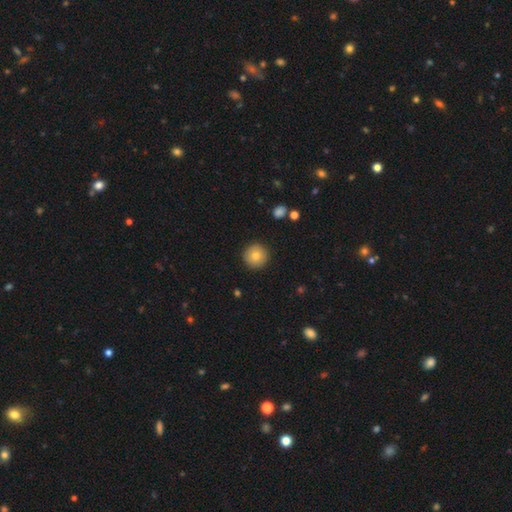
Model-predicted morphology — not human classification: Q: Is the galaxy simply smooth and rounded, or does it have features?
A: smooth — 80%.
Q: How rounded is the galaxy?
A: round — 96%.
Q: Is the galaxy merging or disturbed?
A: none — 92%.